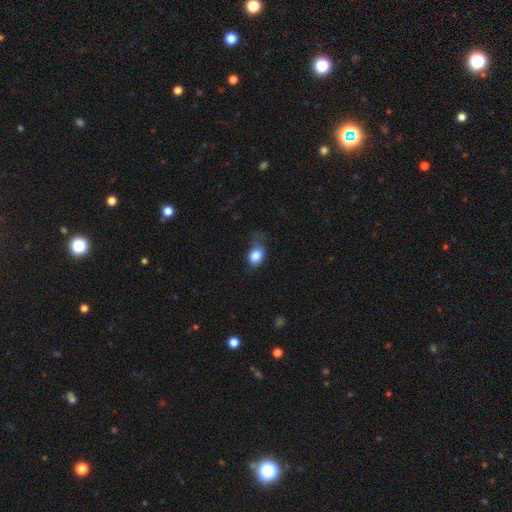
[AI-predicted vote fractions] Smooth or featured?
  - smooth: 83% *
  - star or artifact: 9%
  - featured or disk: 8%
How rounded?
  - in between: 66% *
  - round: 32%
  - cigar-shaped: 1%
Merging?
  - none: 39% *
  - minor disturbance: 34%
  - major disturbance: 26%
  - merger: 2%